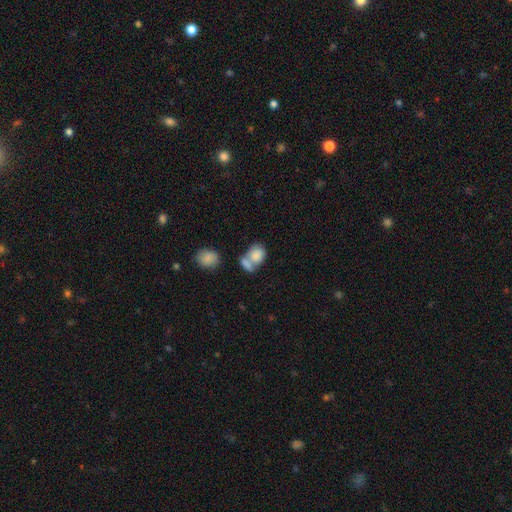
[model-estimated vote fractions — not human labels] The model was most divided on "merging": merger: 57%, none: 26%, minor disturbance: 11%, major disturbance: 7%. More confident: smooth or featured — smooth (79%); how rounded — in between (69%).